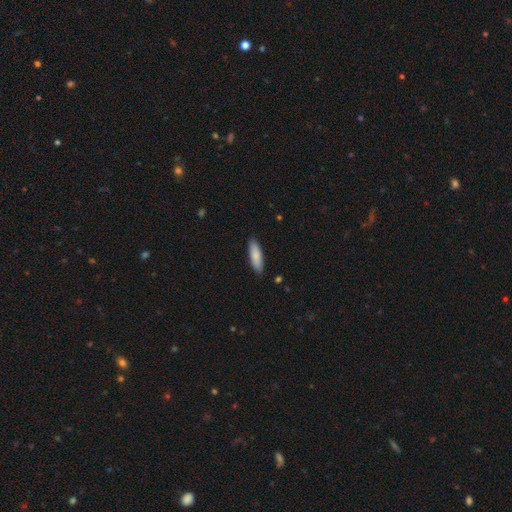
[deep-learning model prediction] Smooth or featured: smooth — 85% (featured or disk — 10%)
How rounded: cigar-shaped — 55% (in between — 43%)
Merging: none — 88% (minor disturbance — 9%)